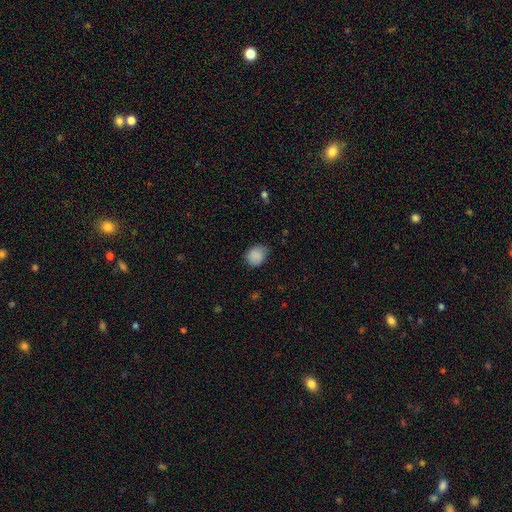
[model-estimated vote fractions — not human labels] Smooth or featured? Predicted: smooth (p=0.86). How rounded? Predicted: round (p=0.60). Merging? Predicted: none (p=0.71).